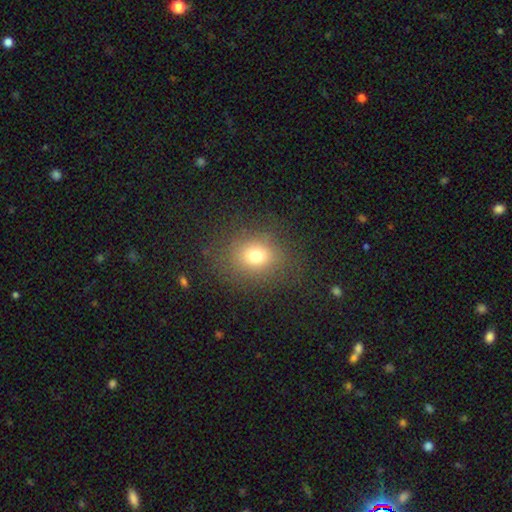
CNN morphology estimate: smooth 73%, star or artifact 15%, featured or disk 12%. Down the decision tree: how rounded — round (63%); merging — none (80%).